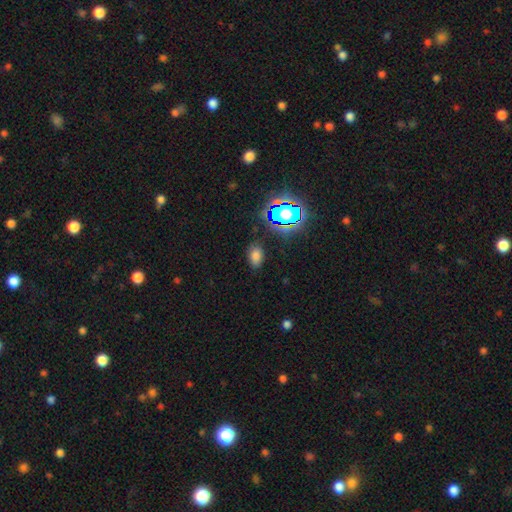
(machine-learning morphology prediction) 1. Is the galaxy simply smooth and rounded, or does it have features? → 72% smooth, 21% star or artifact, 7% featured or disk.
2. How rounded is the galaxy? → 86% in between, 12% round, 2% cigar-shaped.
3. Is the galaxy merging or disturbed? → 82% none, 12% minor disturbance, 4% major disturbance, 2% merger.